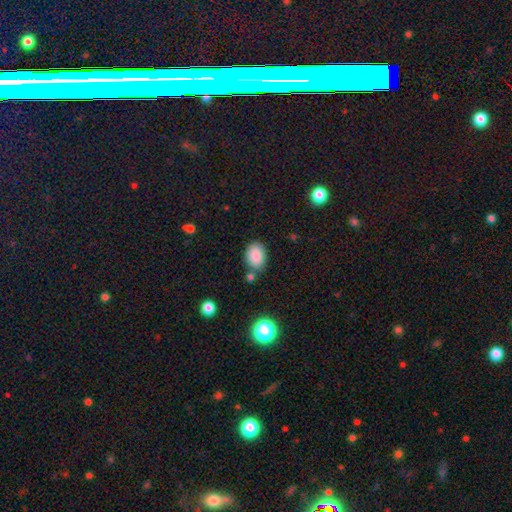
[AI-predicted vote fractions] A smooth galaxy with no disk features (87%) that is in between round and cigar-shaped (75%).

Vote fractions:
- Smooth or featured? smooth: 87% / star or artifact: 8% / featured or disk: 5%
- How rounded? in between: 75% / round: 23% / cigar-shaped: 1%
- Merging? none: 72% / minor disturbance: 16% / merger: 9% / major disturbance: 4%